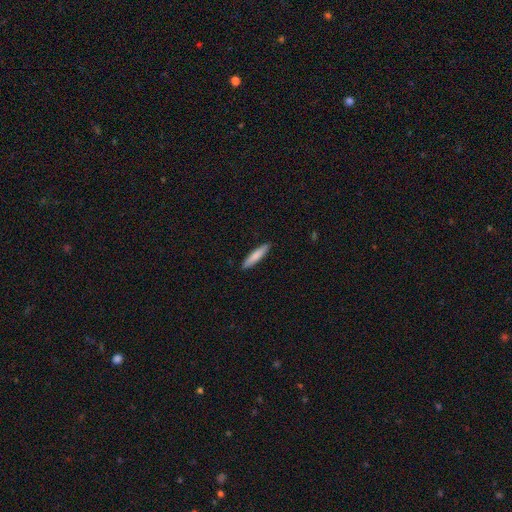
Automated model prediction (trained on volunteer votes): smooth_or_featured: smooth (p=0.80) [alt: featured or disk p=0.15]
how_rounded: cigar-shaped (p=0.87) [alt: in between p=0.12]
merging: none (p=0.91) [alt: minor disturbance p=0.07]